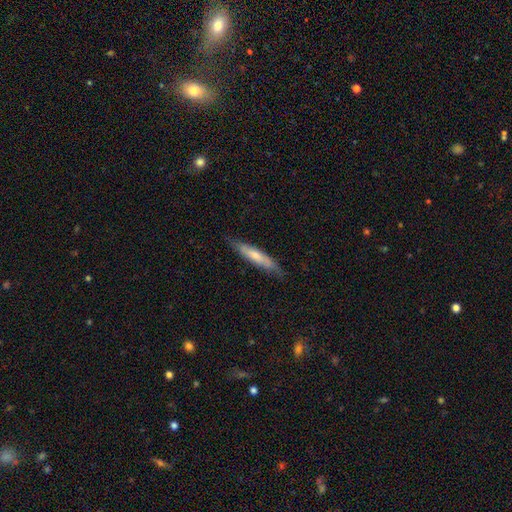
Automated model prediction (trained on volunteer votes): Smooth or featured?
  - smooth: 57% *
  - featured or disk: 37%
  - star or artifact: 5%
How rounded?
  - cigar-shaped: 84% *
  - in between: 15%
  - round: 1%
Merging?
  - none: 79% *
  - minor disturbance: 17%
  - major disturbance: 3%
  - merger: 1%